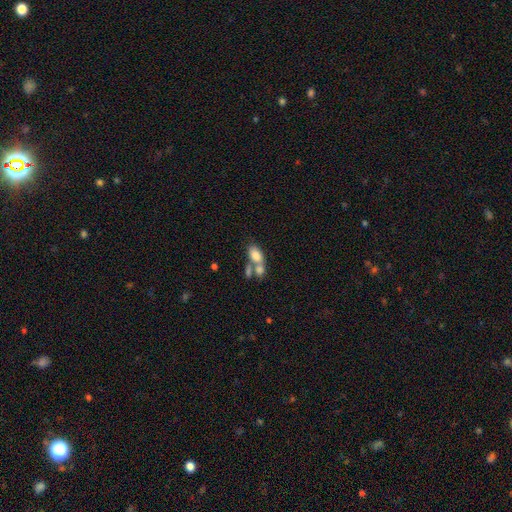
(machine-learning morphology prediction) This appears to be a smooth galaxy with no disk features (77%) that is in between round and cigar-shaped (89%). Merging: merger (58%).